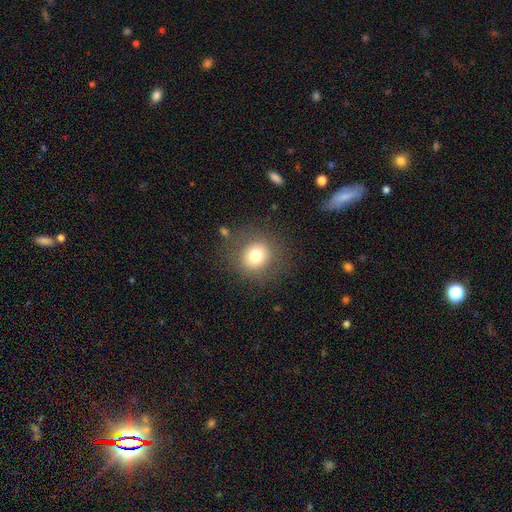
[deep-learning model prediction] Morphology: type=smooth (75%); roundness=round (90%); merging=none (83%).